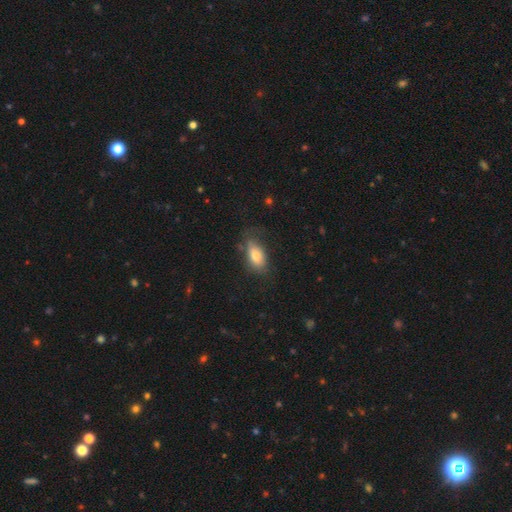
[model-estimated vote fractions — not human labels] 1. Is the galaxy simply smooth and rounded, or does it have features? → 76% smooth, 16% featured or disk, 8% star or artifact.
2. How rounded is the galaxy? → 90% in between, 6% round, 5% cigar-shaped.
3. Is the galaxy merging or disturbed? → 61% none, 26% minor disturbance, 11% major disturbance, 2% merger.